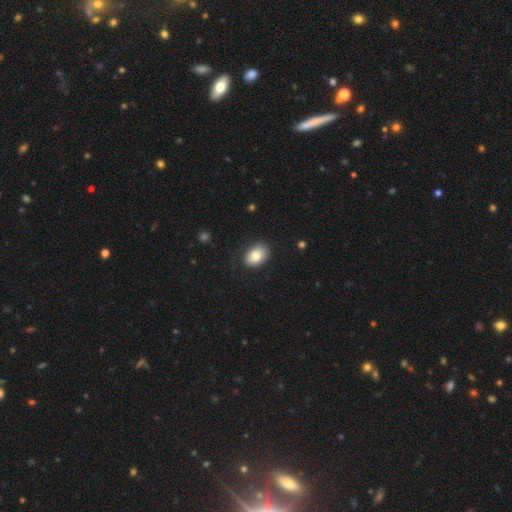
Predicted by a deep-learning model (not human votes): smooth_or_featured: smooth (p=0.81) [alt: featured or disk p=0.11]
how_rounded: in between (p=0.82) [alt: round p=0.17]
merging: none (p=0.83) [alt: minor disturbance p=0.13]